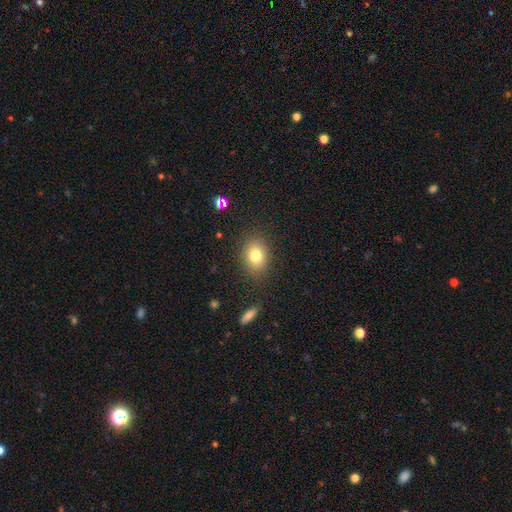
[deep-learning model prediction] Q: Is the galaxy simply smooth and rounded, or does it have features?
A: smooth — 79%.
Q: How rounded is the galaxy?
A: in between — 64%.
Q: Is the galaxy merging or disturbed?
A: none — 84%.